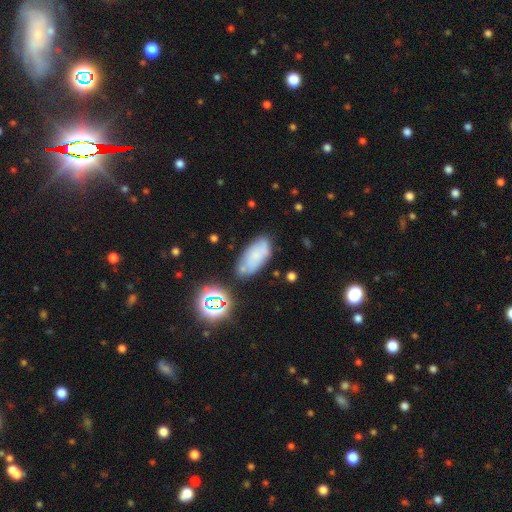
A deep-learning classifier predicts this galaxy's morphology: Smooth or featured? smooth (60%)
How rounded? in between (89%)
Merging? none (64%)